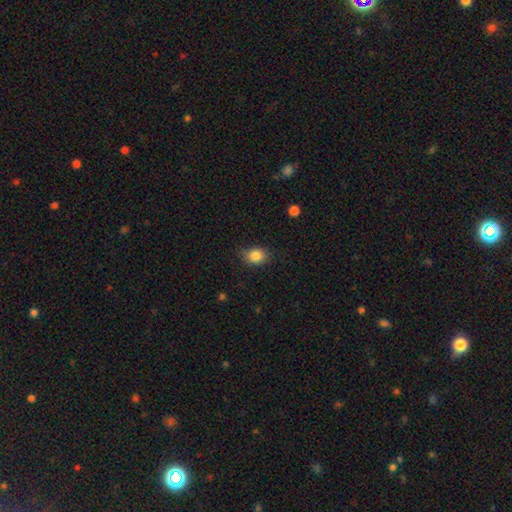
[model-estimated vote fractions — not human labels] smooth-or-featured: smooth: 85% | star or artifact: 9% | featured or disk: 6%
  how-rounded: in between: 63% | round: 36% | cigar-shaped: 1%
  merging: none: 80% | minor disturbance: 16% | major disturbance: 3% | merger: 1%